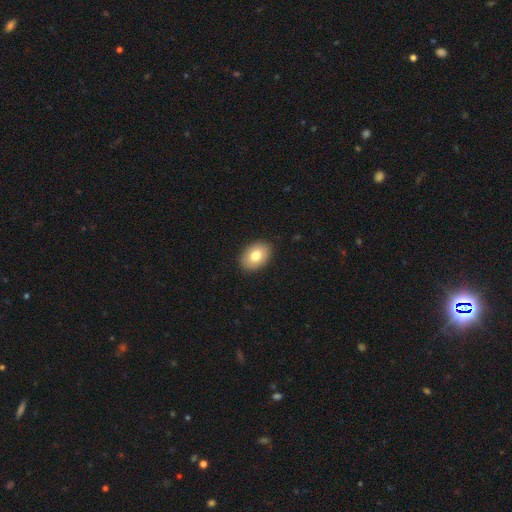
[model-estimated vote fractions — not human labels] Overall: smooth (79%). How rounded: in between (82%). Merging: none (90%).